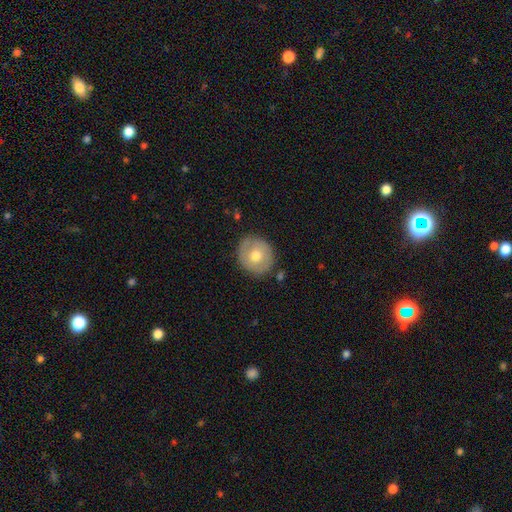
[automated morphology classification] Smooth or featured? Predicted: smooth (p=0.58). How rounded? Predicted: round (p=0.85). Merging? Predicted: none (p=0.82).